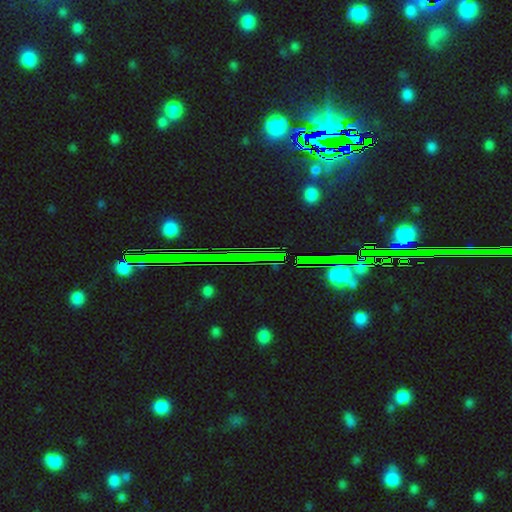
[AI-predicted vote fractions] smooth-or-featured: star or artifact: 65% | featured or disk: 22% | smooth: 13%